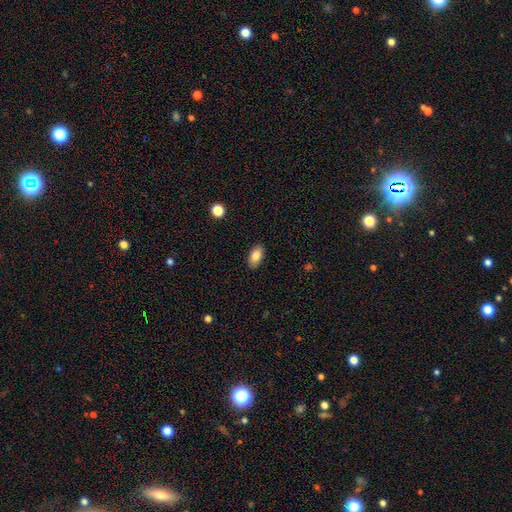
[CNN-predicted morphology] Smooth or featured? Predicted: smooth (p=0.84). How rounded? Predicted: in between (p=0.92). Merging? Predicted: none (p=0.88).